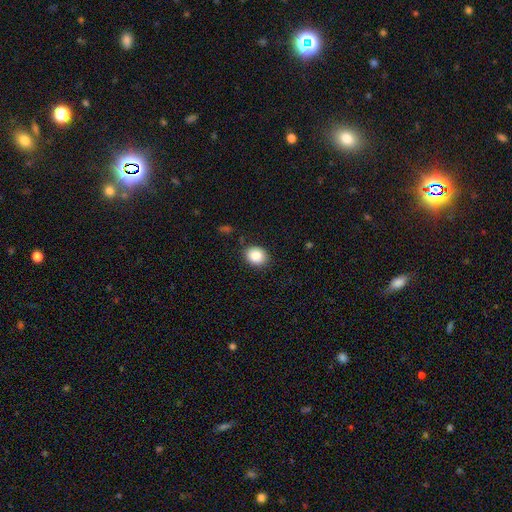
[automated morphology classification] Smooth or featured?
  - smooth: 88% *
  - star or artifact: 8%
  - featured or disk: 4%
How rounded?
  - round: 55% *
  - in between: 44%
  - cigar-shaped: 1%
Merging?
  - none: 84% *
  - minor disturbance: 11%
  - major disturbance: 3%
  - merger: 1%